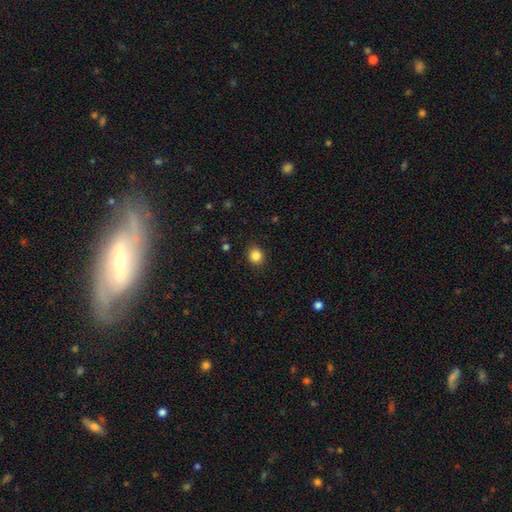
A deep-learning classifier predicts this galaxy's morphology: This appears to be a smooth galaxy with no disk features (86%) that is round (78%). Merging: none (89%).